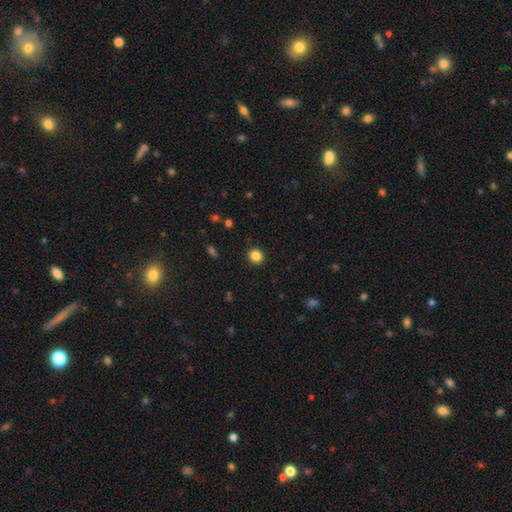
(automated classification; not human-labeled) Smooth or featured? smooth (85%)
How rounded? round (84%)
Merging? none (91%)